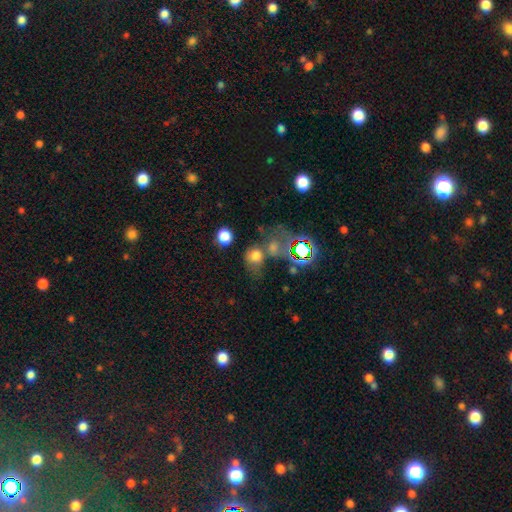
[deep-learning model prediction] This appears to be a smooth galaxy with no disk features (67%) that is round (66%). Merging: merger (38%).